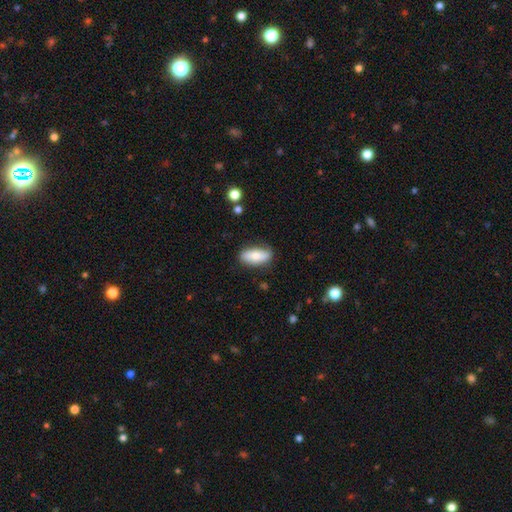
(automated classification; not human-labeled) This is likely a smooth galaxy (70%). How rounded: clearly in between (85%). Merging: likely none (80%).